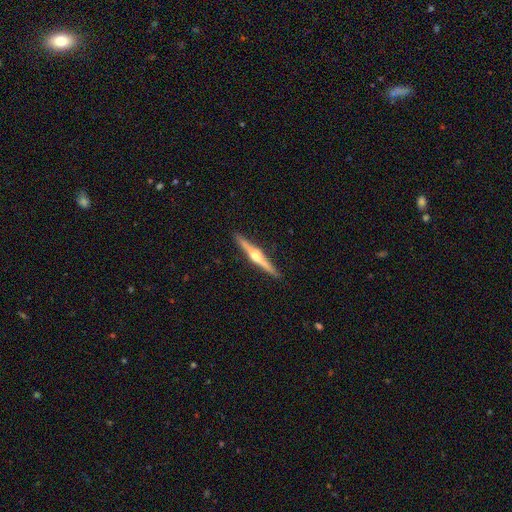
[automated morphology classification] featured or disk 78%, smooth 17%, star or artifact 5%. Down the decision tree: edge-on disk — yes (98%); edge-on bulge — rounded (94%); merging — none (92%).